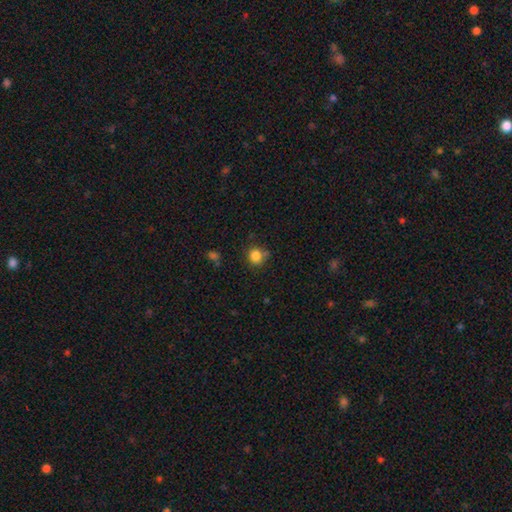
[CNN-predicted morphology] Smooth or featured?
  - smooth: 84% *
  - star or artifact: 11%
  - featured or disk: 5%
How rounded?
  - round: 82% *
  - in between: 17%
  - cigar-shaped: 1%
Merging?
  - none: 71% *
  - minor disturbance: 16%
  - merger: 8%
  - major disturbance: 5%